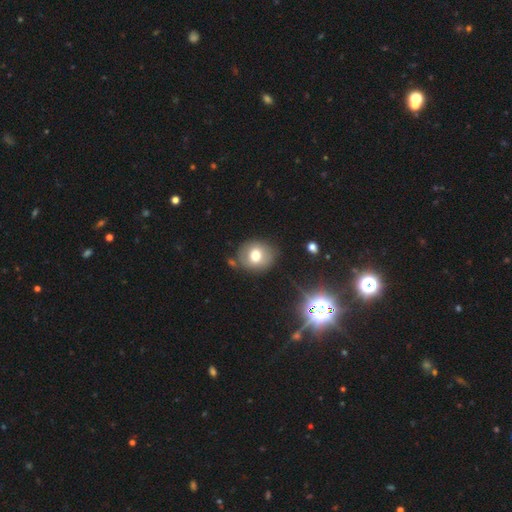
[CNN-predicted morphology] Overall: smooth (68%). How rounded: round (77%). Merging: none (77%).